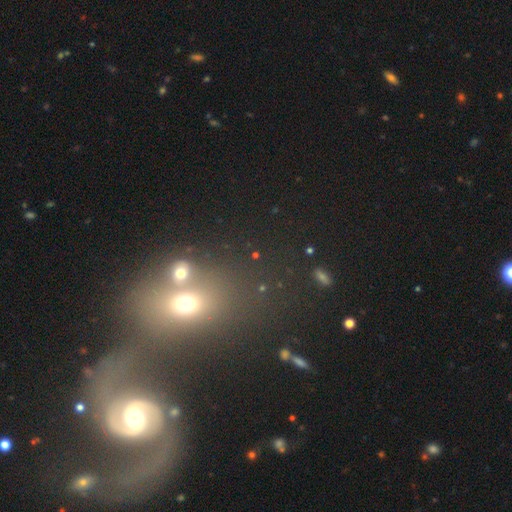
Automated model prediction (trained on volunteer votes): Smooth or featured? smooth (50%)
How rounded? round (55%)
Merging? none (59%)